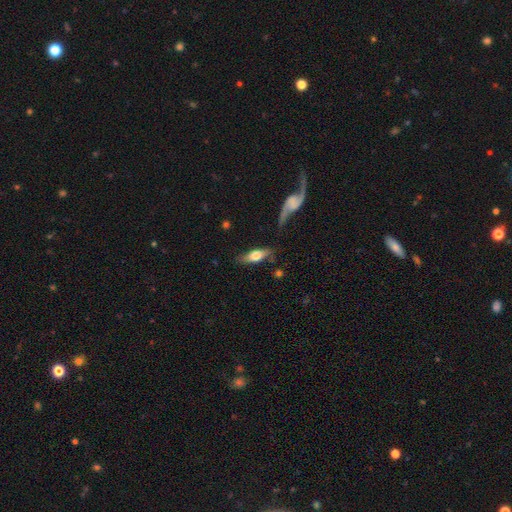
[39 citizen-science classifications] Morphology: type=featured or disk (62%); edge-on=yes (83%); edge-on bulge=rounded (95%); merging=none (61%).